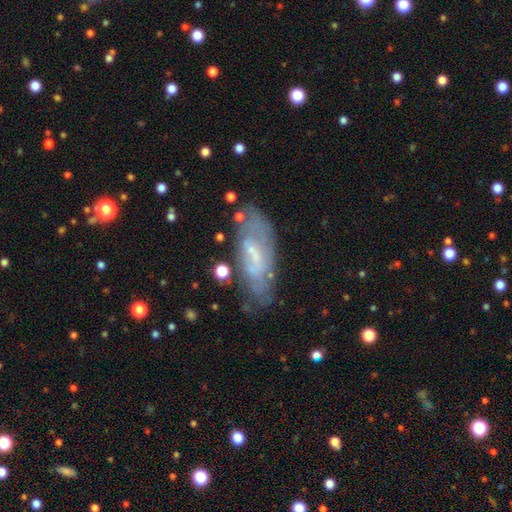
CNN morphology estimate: smooth_or_featured: featured or disk (p=0.59) [alt: smooth p=0.30]
disk_edge_on: no (p=0.78) [alt: yes p=0.22]
merging: none (p=0.68) [alt: minor disturbance p=0.21]